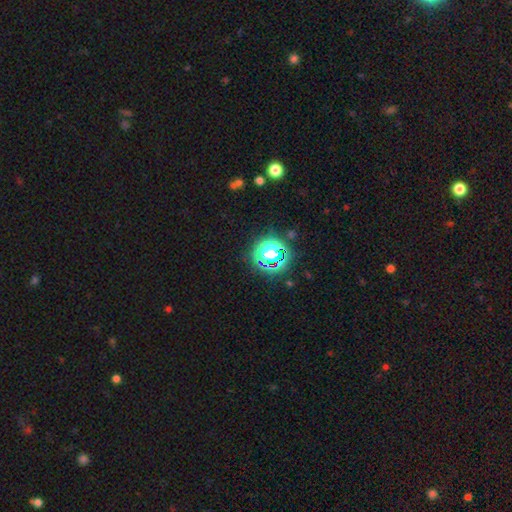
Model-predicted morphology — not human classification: This appears to be a star or artifact, not a galaxy (80%).